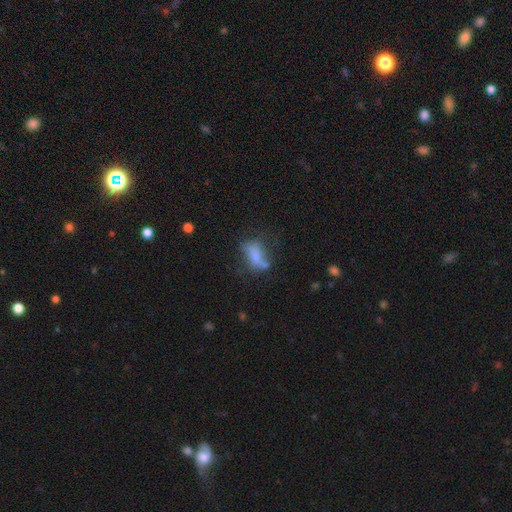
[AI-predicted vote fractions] Q: Smooth or featured?
A: smooth (55%); runner-up: featured or disk (32%)
Q: How rounded?
A: in between (76%); runner-up: cigar-shaped (17%)
Q: Merging?
A: none (34%); runner-up: major disturbance (29%)